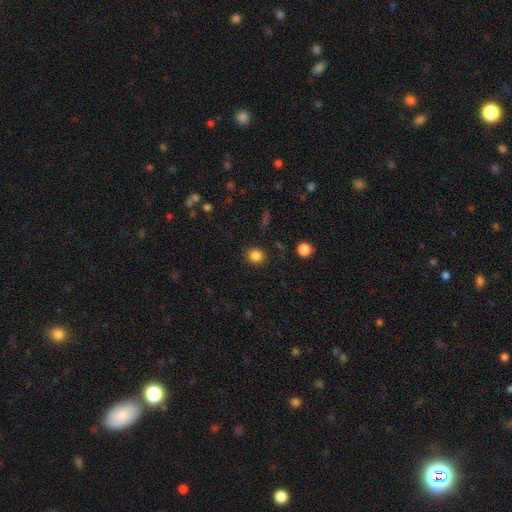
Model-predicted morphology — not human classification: Overall: smooth (85%). How rounded: round (83%). Merging: none (88%).